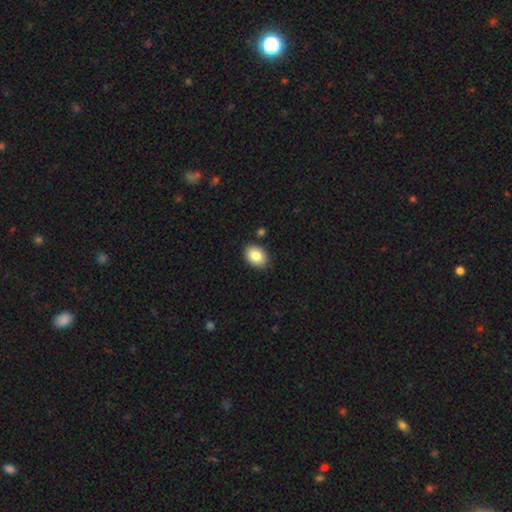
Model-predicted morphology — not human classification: Smooth or featured?
  - smooth: 85% *
  - star or artifact: 7%
  - featured or disk: 7%
How rounded?
  - in between: 78% *
  - round: 21%
  - cigar-shaped: 1%
Merging?
  - none: 88% *
  - minor disturbance: 8%
  - merger: 2%
  - major disturbance: 2%